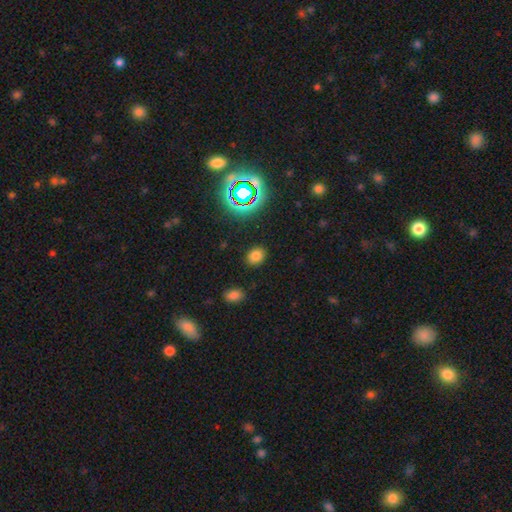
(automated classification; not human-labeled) This is likely a smooth galaxy (74%). How rounded: possibly round (55%). Merging: clearly none (86%).